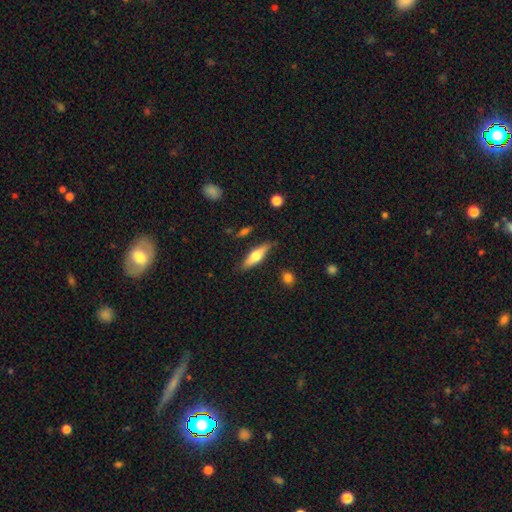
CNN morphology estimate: Overall: smooth (55%; featured or disk 39%). How rounded: cigar-shaped (62%; in between 36%). Merging: none (82%).